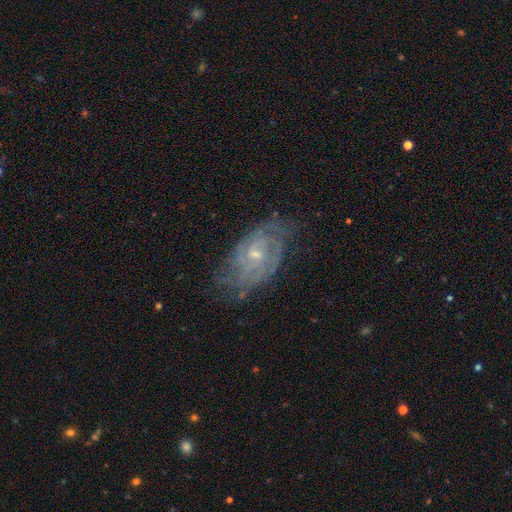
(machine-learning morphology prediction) Overall: featured or disk (82%). Edge-on disk: no (95%). Bar: no (63%; weak 32%). Spiral arms: yes (91%). Spiral arm count: can't tell (42%; 2 26%). Spiral winding: tight (57%; medium 33%). Bulge size: small (60%; moderate 36%). Merging: none (67%).